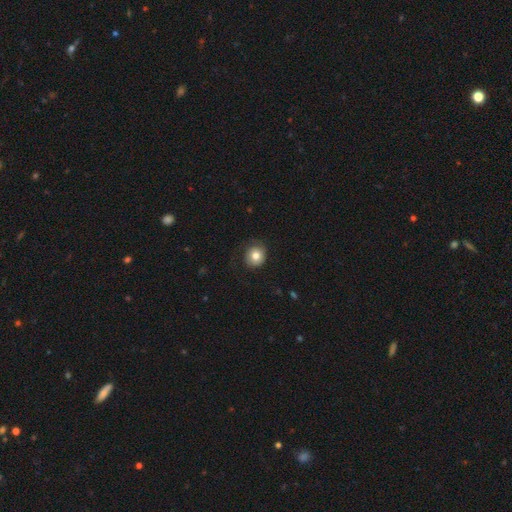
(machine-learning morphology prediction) Smooth or featured? Predicted: smooth (p=0.79). How rounded? Predicted: round (p=0.83). Merging? Predicted: none (p=0.76).